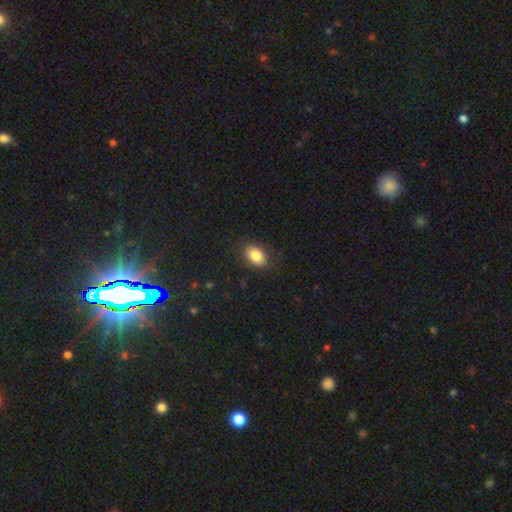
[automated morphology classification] This is clearly a smooth galaxy (84%). How rounded: clearly in between (84%). Merging: clearly none (84%).